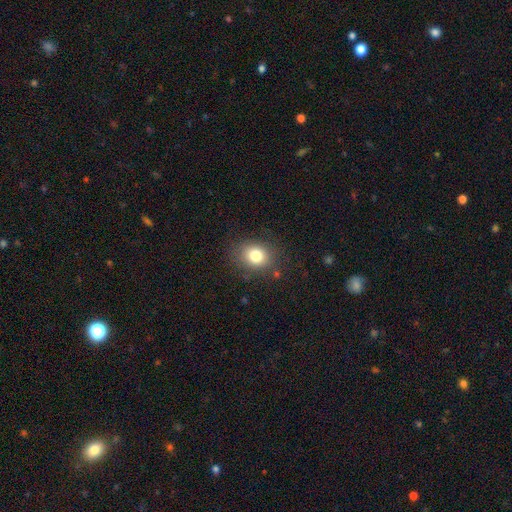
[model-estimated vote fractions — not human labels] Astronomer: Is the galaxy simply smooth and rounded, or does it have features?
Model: smooth — 80%.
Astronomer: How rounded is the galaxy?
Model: round — 56% (runner-up: in between, 43%).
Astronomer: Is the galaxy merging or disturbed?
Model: none — 82%.